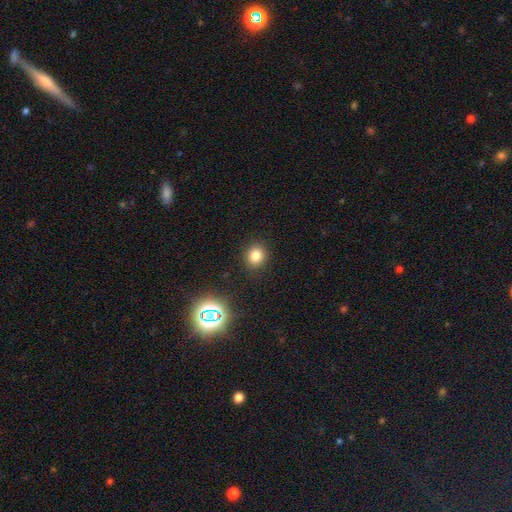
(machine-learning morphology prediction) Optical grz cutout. It shows a smooth galaxy with no disk features (79%) that is round (71%). Merging: none (89%).